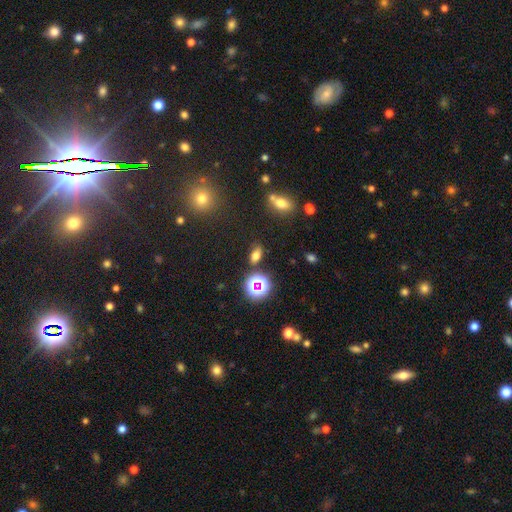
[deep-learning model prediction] smooth-or-featured: smooth: 64% | star or artifact: 26% | featured or disk: 10%
  how-rounded: in between: 78% | round: 16% | cigar-shaped: 6%
  merging: none: 78% | minor disturbance: 12% | merger: 6% | major disturbance: 4%